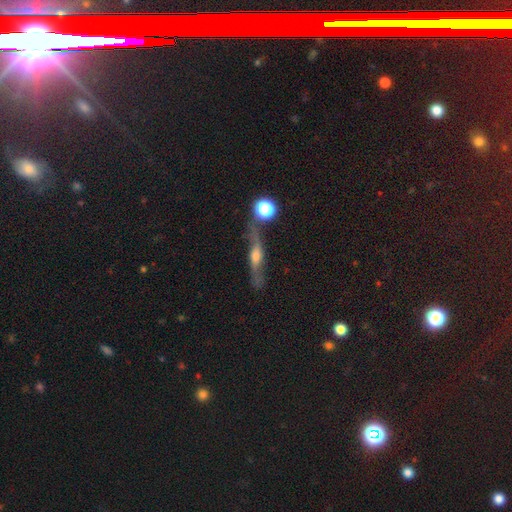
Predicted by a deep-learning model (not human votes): featured or disk 65%, smooth 23%, star or artifact 11%. Down the decision tree: edge-on disk — yes (78%); edge-on bulge — rounded (79%); merging — none (66%).